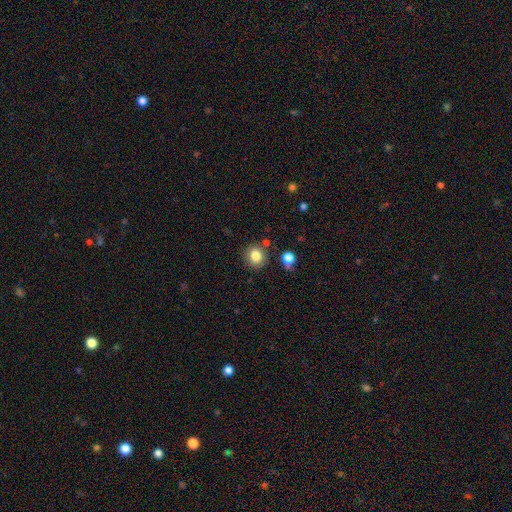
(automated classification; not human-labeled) The model was most divided on "how rounded": round: 81%, in between: 18%, cigar-shaped: 1%. More confident: smooth or featured — smooth (82%); merging — none (82%).